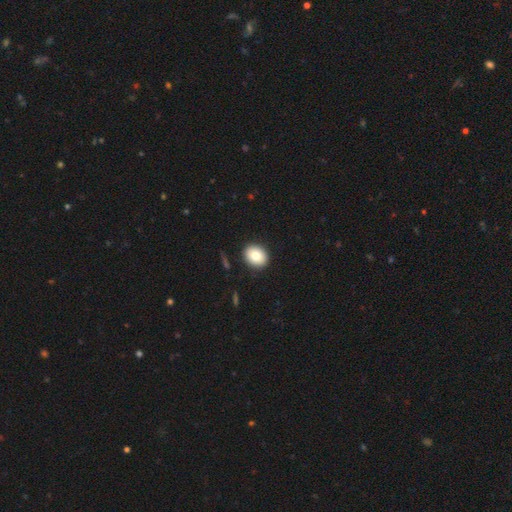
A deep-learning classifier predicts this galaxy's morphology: smooth-or-featured: smooth: 83% | featured or disk: 9% | star or artifact: 8%
  how-rounded: round: 51% | in between: 48% | cigar-shaped: 1%
  merging: none: 90% | minor disturbance: 7% | major disturbance: 2% | merger: 1%